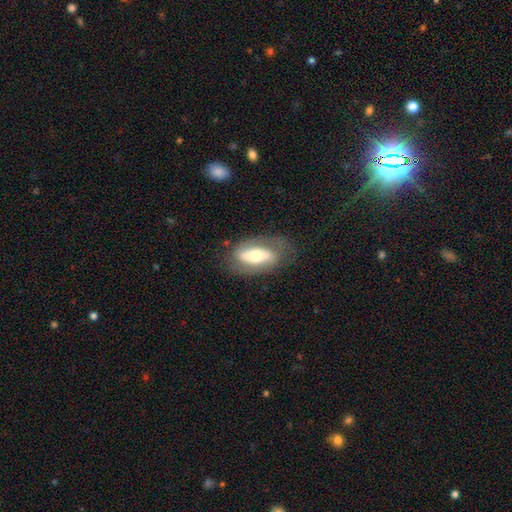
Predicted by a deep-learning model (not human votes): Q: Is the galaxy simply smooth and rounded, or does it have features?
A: featured or disk — 53%.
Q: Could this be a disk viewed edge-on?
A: no — 84%.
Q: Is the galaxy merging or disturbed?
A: none — 71%.